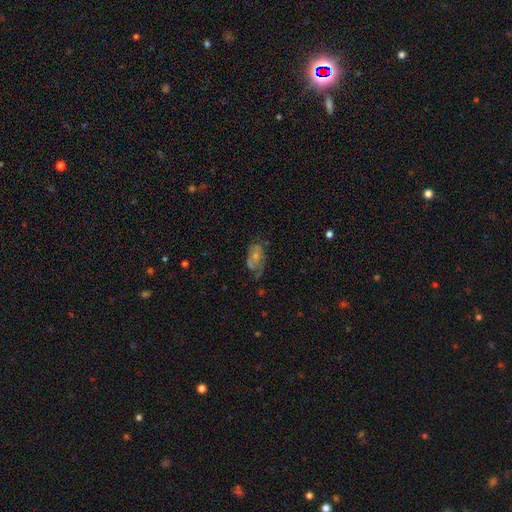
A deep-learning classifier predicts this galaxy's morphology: Smooth or featured? featured or disk (51%)
Edge-on disk? no (93%)
Merging? none (55%)